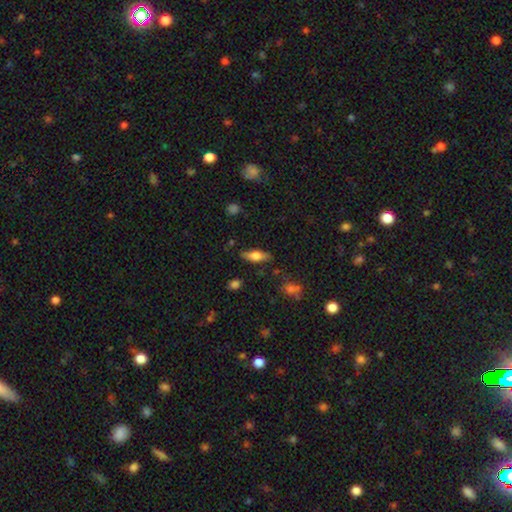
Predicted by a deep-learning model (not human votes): Smooth or featured: smooth — 59% (featured or disk — 34%)
How rounded: in between — 63% (cigar-shaped — 34%)
Merging: none — 81% (minor disturbance — 14%)